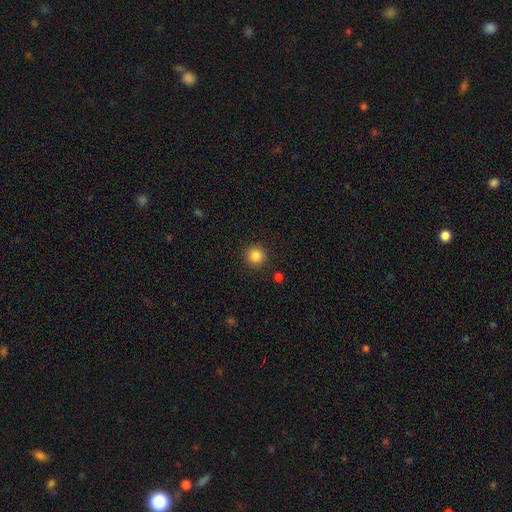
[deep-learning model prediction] Morphology: type=smooth (85%); roundness=round (95%); merging=none (91%).